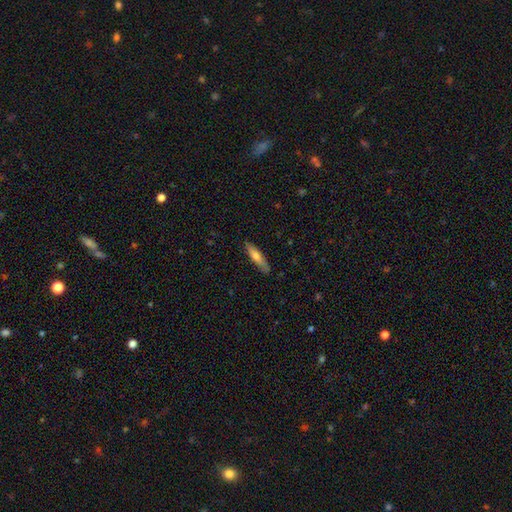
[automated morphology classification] type=smooth (60%); roundness=cigar-shaped (80%); merging=none (85%).